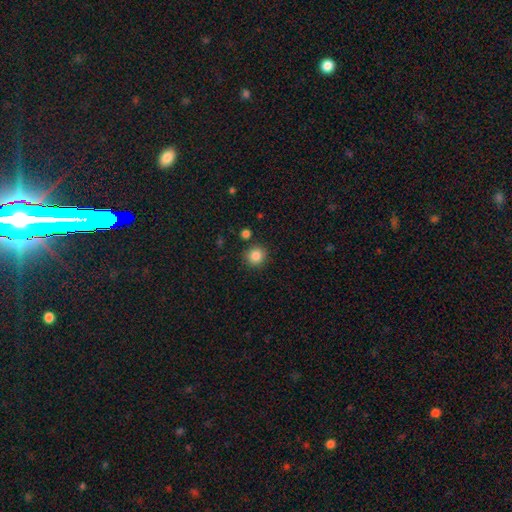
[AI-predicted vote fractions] Smooth or featured?
  - smooth: 85% *
  - star or artifact: 10%
  - featured or disk: 5%
How rounded?
  - round: 92% *
  - in between: 7%
  - cigar-shaped: 1%
Merging?
  - none: 87% *
  - minor disturbance: 7%
  - merger: 4%
  - major disturbance: 2%